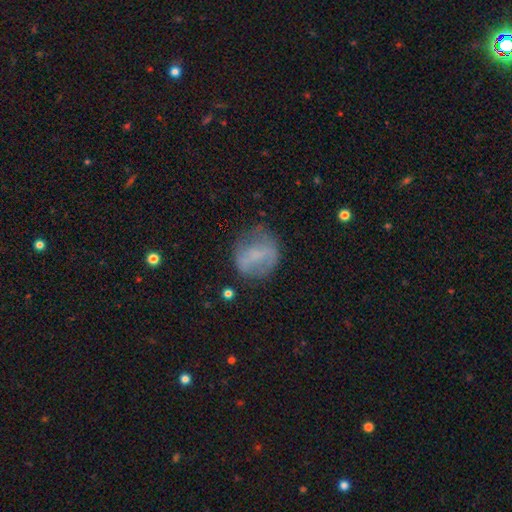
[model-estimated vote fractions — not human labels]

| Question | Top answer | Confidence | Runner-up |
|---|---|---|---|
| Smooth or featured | smooth | 50% | featured or disk (40%) |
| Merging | none | 62% | minor disturbance (23%) |